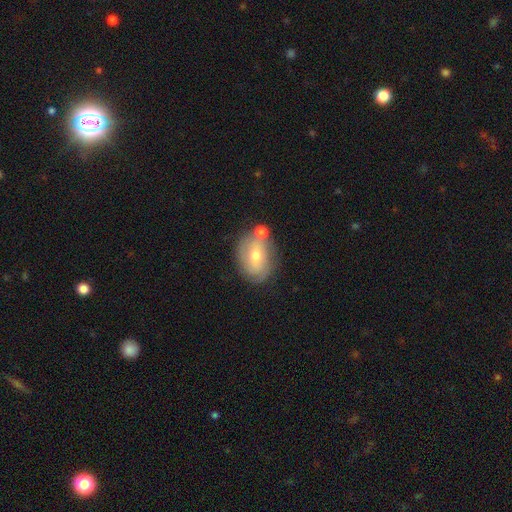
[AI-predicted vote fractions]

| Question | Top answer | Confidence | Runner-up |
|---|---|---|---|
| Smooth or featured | smooth | 47% | featured or disk (46%) |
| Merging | none | 56% | minor disturbance (19%) |